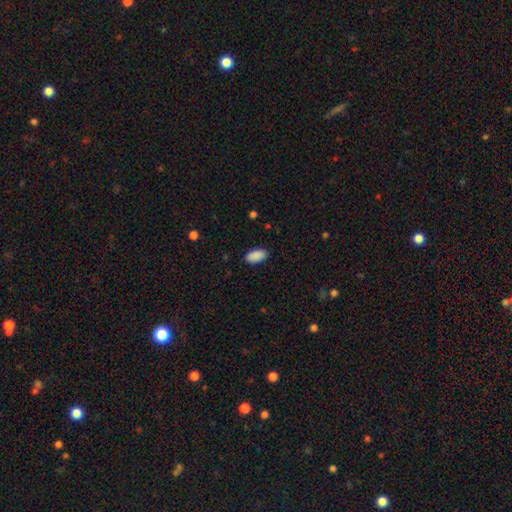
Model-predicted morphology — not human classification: A smooth galaxy with no disk features (91%) that is in between round and cigar-shaped (94%). Merging: none (89%).